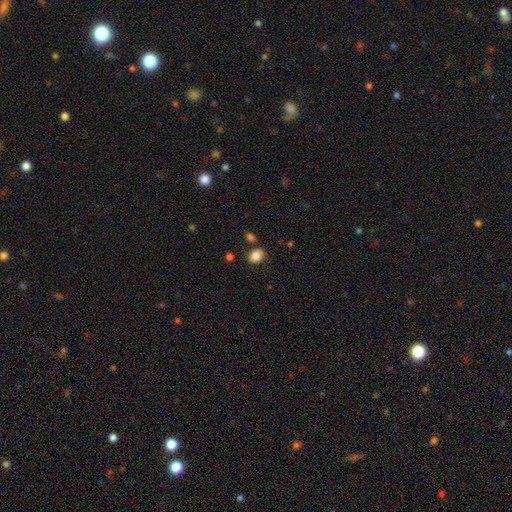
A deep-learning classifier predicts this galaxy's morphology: smooth 85%, star or artifact 10%, featured or disk 6%. Down the decision tree: how rounded — in between (59%); merging — none (74%).